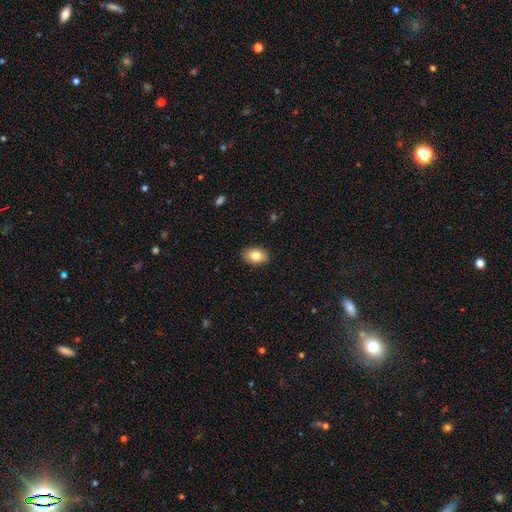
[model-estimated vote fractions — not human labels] Smooth or featured? Predicted: smooth (p=0.82). How rounded? Predicted: in between (p=0.87). Merging? Predicted: none (p=0.89).